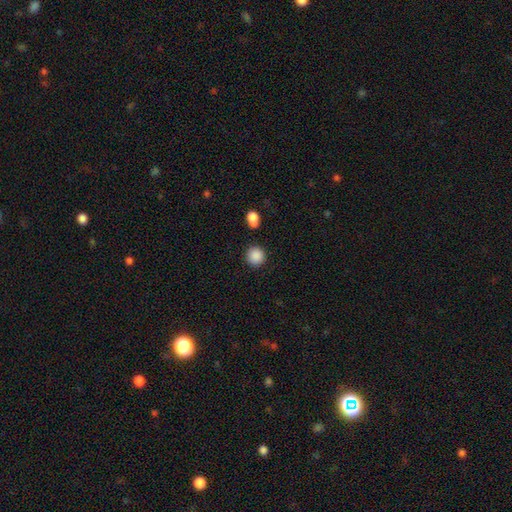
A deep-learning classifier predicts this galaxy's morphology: The model was most divided on "merging": none: 86%, minor disturbance: 7%, merger: 4%, major disturbance: 3%. More confident: how rounded — round (92%); smooth or featured — smooth (88%).